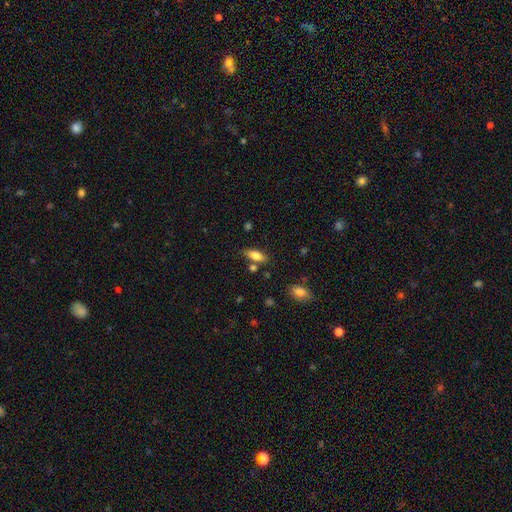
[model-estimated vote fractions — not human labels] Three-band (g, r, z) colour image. It shows a smooth galaxy with no disk features (79%) that is in between round and cigar-shaped (75%). Merging: none (73%).